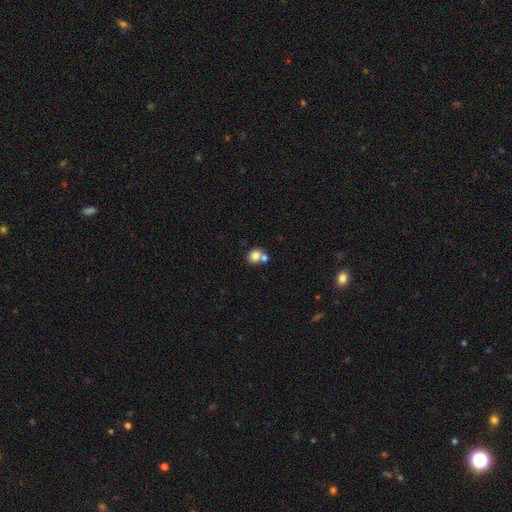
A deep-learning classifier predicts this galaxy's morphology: A smooth galaxy with no disk features (80%) that is round (80%).

Vote fractions:
- Smooth or featured? smooth: 80% / featured or disk: 10% / star or artifact: 10%
- How rounded? round: 80% / in between: 20% / cigar-shaped: 1%
- Merging? none: 45% / merger: 43% / minor disturbance: 9% / major disturbance: 3%